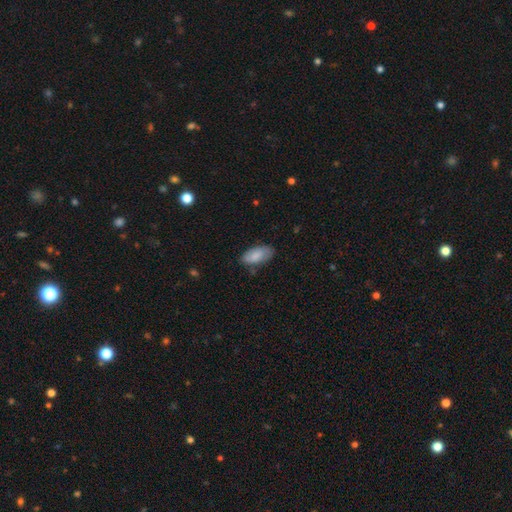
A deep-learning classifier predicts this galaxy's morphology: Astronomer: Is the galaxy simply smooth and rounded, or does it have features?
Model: smooth — 84%.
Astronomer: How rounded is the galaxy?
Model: in between — 91%.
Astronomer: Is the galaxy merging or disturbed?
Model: none — 72%.